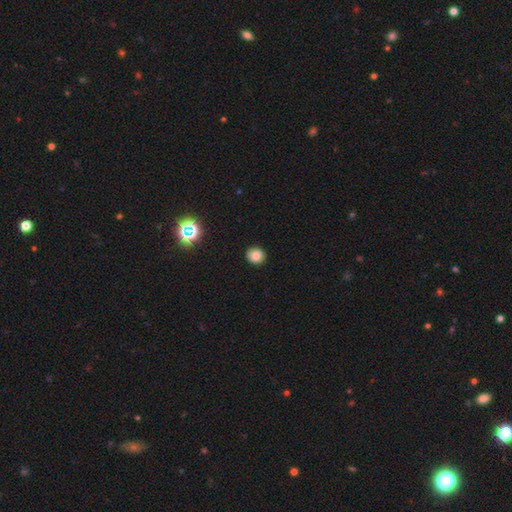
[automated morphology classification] Q: Smooth or featured?
A: smooth (81%); runner-up: star or artifact (13%)
Q: How rounded?
A: round (81%); runner-up: in between (18%)
Q: Merging?
A: none (90%); runner-up: minor disturbance (7%)